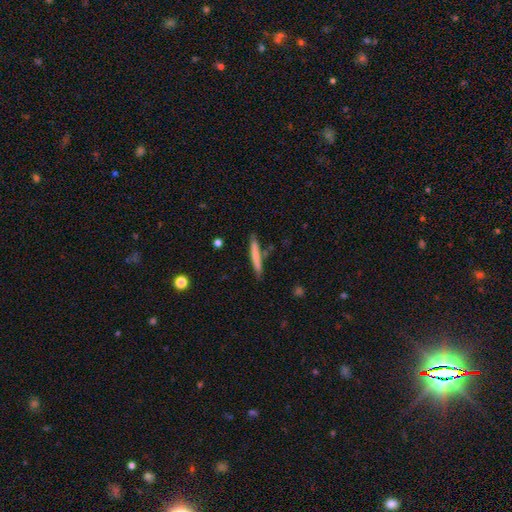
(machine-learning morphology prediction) A smooth galaxy with no disk features (68%) that is cigar-shaped (95%). Merging: none (80%).